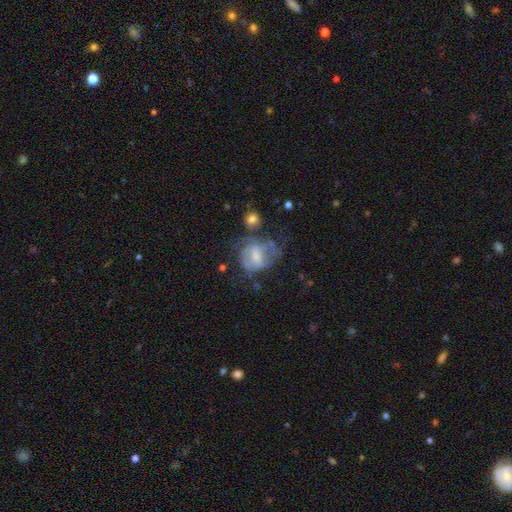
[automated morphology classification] This is possibly a featured or disk galaxy (58%). It is clearly not viewed edge-on (97%). Bar: possibly weak (50%). Spiral arm pattern: likely yes (65%). Central bulge: marginally moderate (40%). Merging: marginally none (37%).